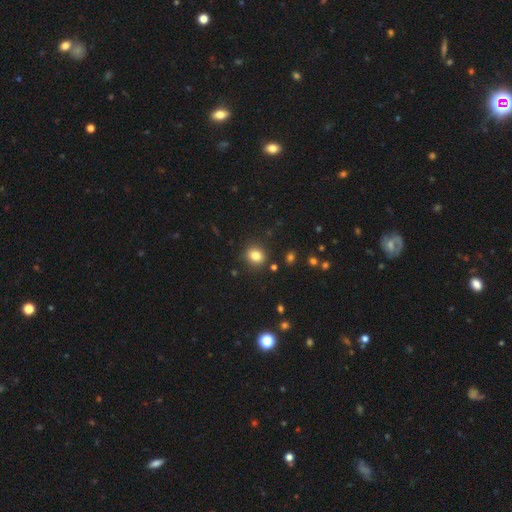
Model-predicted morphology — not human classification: smooth_or_featured: smooth (p=0.82) [alt: star or artifact p=0.12]
how_rounded: round (p=0.66) [alt: in between p=0.33]
merging: none (p=0.86) [alt: minor disturbance p=0.09]